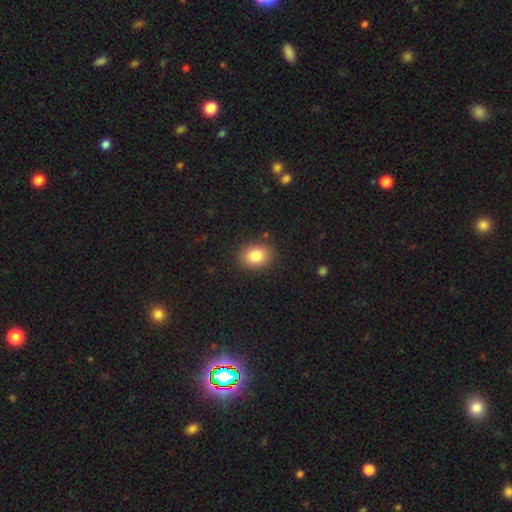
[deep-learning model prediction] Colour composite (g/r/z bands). It shows a smooth galaxy with no disk features (84%) that is round (50%). Merging: none (88%).